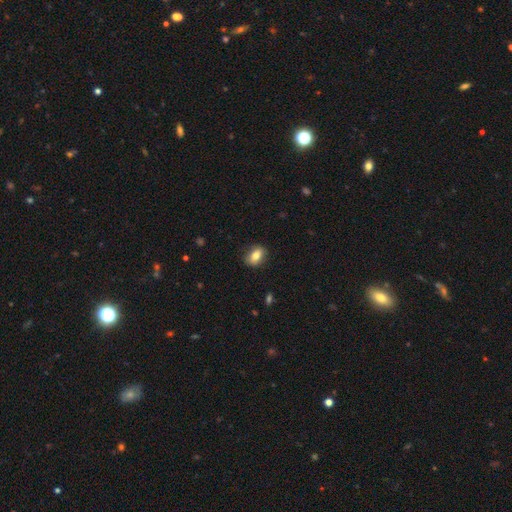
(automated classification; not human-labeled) Overall: smooth (77%). How rounded: in between (73%). Merging: none (84%).